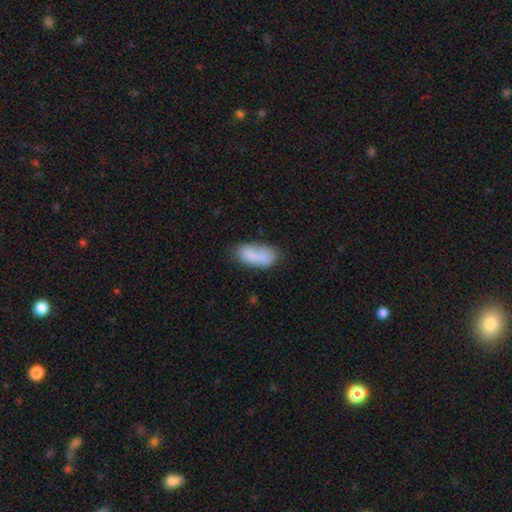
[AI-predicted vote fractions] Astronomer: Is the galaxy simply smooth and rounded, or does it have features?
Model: smooth — 79%.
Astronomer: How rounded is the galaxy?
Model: in between — 89%.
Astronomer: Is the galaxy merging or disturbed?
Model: none — 57%.